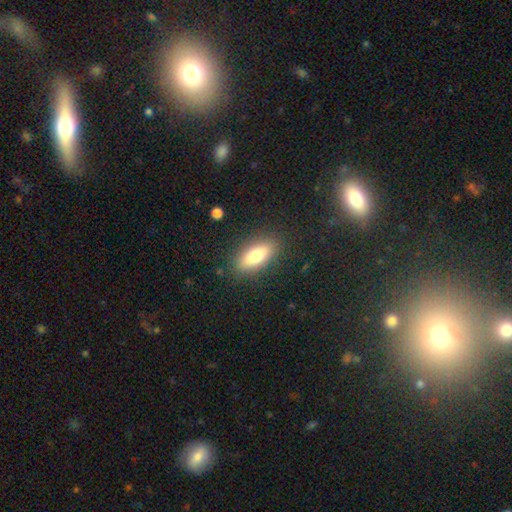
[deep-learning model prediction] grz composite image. It shows a smooth galaxy with no disk features (77%) that is in between round and cigar-shaped (71%). Merging: none (86%).